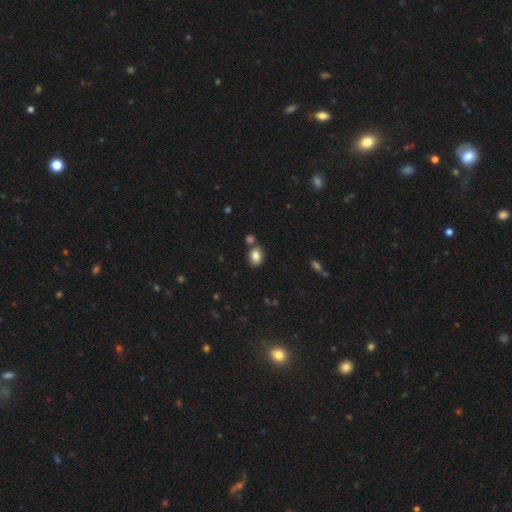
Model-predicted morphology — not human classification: Smooth or featured? Predicted: smooth (p=0.84). How rounded? Predicted: in between (p=0.72). Merging? Predicted: none (p=0.70).